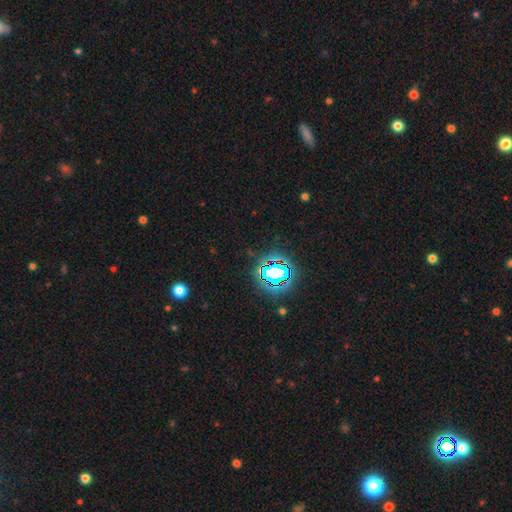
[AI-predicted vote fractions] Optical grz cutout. It shows a star or artifact, not a galaxy (80%).